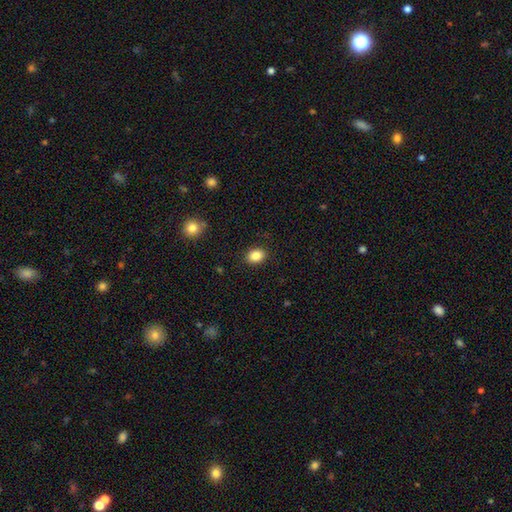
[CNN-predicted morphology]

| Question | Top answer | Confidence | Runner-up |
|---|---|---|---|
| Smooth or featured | smooth | 86% | star or artifact (9%) |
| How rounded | in between | 64% | round (35%) |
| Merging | none | 88% | minor disturbance (8%) |